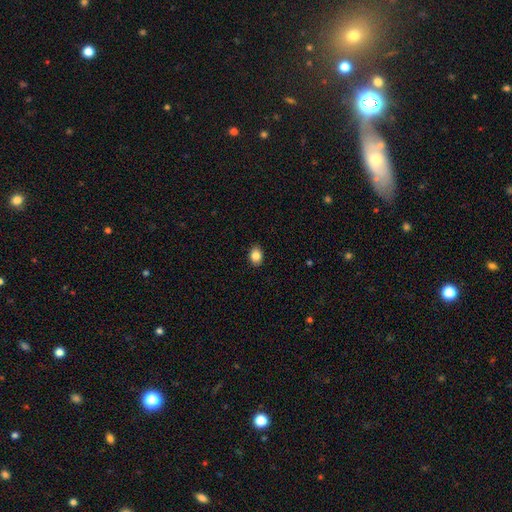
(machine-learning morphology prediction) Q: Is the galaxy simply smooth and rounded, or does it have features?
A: smooth — 85%.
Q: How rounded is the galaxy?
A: in between — 70%.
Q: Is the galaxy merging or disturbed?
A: none — 89%.